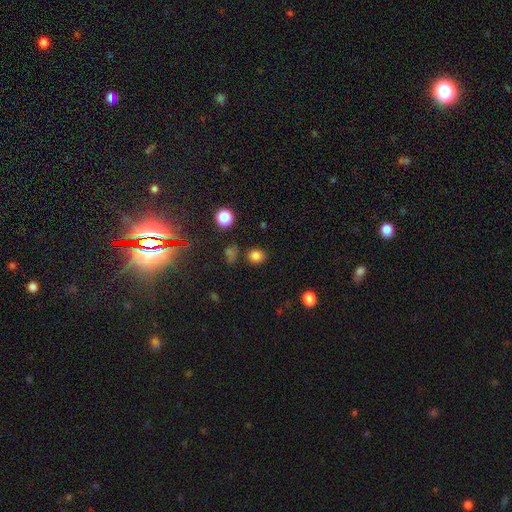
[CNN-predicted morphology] A smooth galaxy with no disk features (80%) that is round (77%). Merging: none (82%).